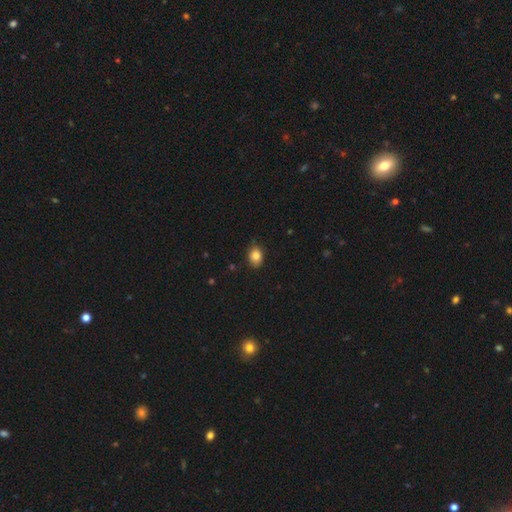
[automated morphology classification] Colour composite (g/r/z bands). It shows a smooth galaxy with no disk features (85%) that is in between round and cigar-shaped (66%). Merging: none (79%).